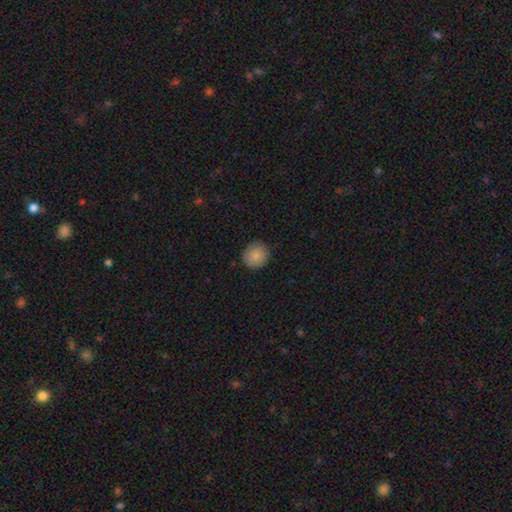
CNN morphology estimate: A smooth galaxy with no disk features (86%) that is round (89%). Merging: none (87%).